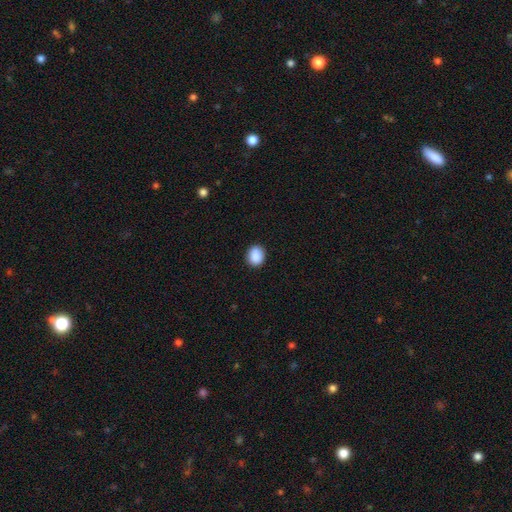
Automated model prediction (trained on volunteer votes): Smooth or featured? smooth (90%)
How rounded? round (56%)
Merging? none (89%)